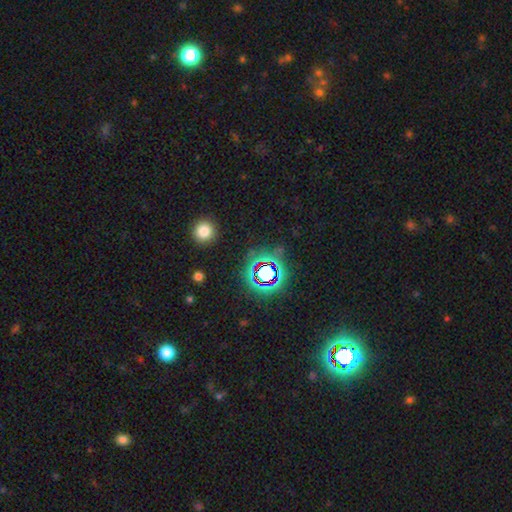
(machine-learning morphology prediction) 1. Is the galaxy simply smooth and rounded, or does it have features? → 71% star or artifact, 17% smooth, 12% featured or disk.